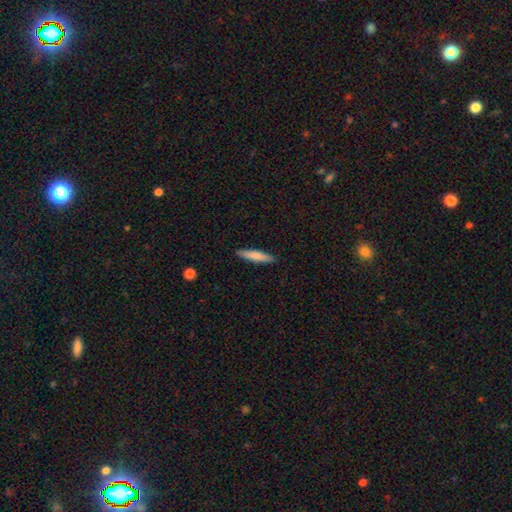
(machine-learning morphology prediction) This appears to be a smooth galaxy with no disk features (78%) that is cigar-shaped (86%). Merging: none (90%).